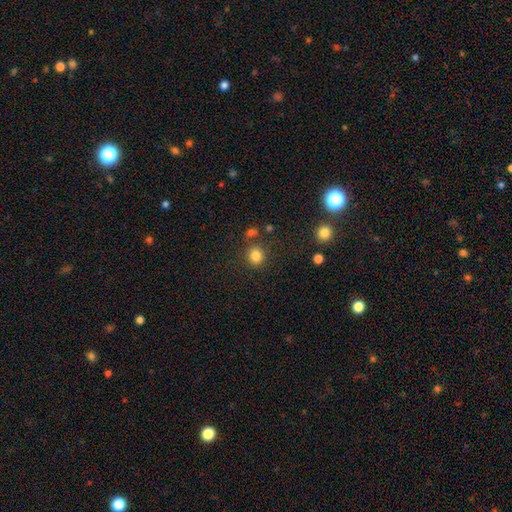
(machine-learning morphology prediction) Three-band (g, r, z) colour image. It shows a smooth galaxy with no disk features (83%) that is round (81%). Merging: none (79%).